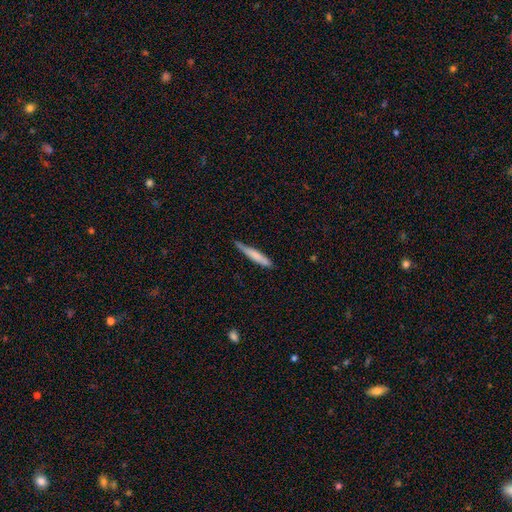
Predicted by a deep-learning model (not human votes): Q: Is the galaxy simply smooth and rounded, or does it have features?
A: smooth — 71%.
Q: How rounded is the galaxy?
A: cigar-shaped — 93%.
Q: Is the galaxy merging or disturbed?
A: none — 67%.